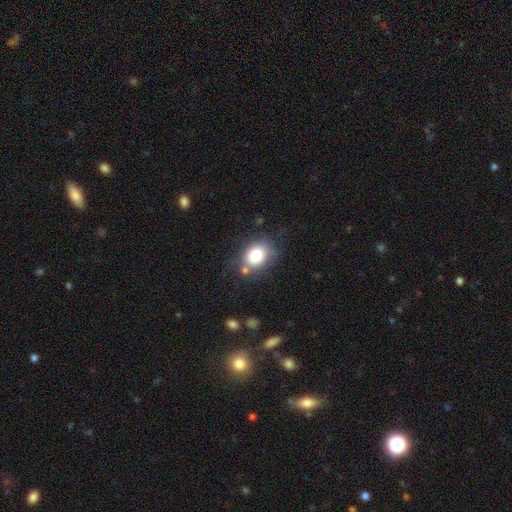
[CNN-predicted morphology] The model was most divided on "how rounded": in between: 59%, round: 40%, cigar-shaped: 1%. More confident: smooth or featured — smooth (82%); merging — none (62%).